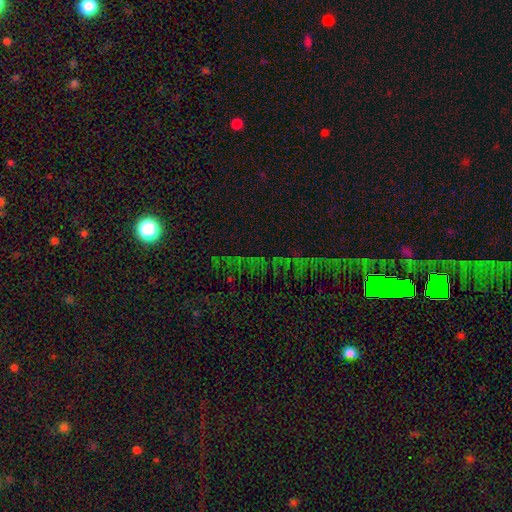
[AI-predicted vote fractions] A star or artifact, not a galaxy (77%).